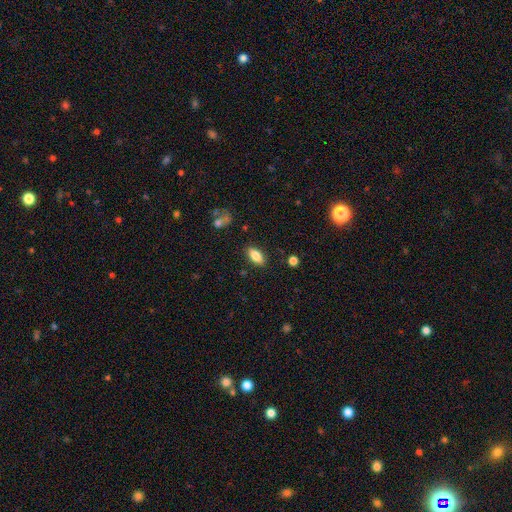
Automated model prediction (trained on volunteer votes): This appears to be a smooth galaxy with no disk features (81%) that is in between round and cigar-shaped (87%). Merging: none (86%).